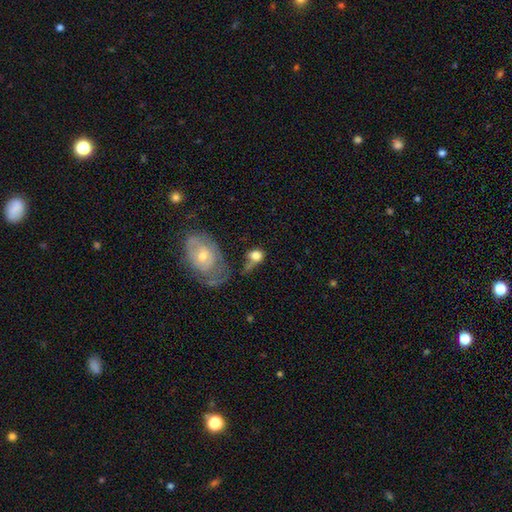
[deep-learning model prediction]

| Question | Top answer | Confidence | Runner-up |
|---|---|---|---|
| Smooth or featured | smooth | 68% | featured or disk (23%) |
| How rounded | round | 54% | in between (43%) |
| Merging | none | 29% | merger (28%) |